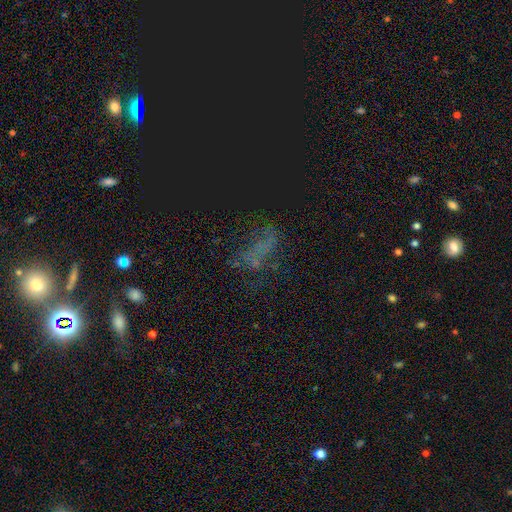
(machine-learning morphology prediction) Smooth or featured? featured or disk (35%)
Merging? none (42%)